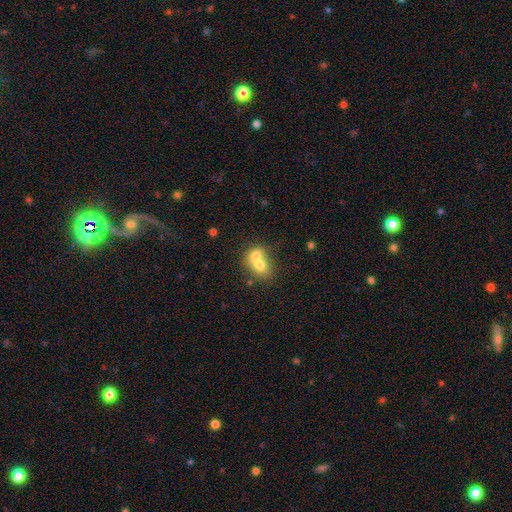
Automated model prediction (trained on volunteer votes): smooth-or-featured: smooth: 66% | featured or disk: 24% | star or artifact: 10%
  how-rounded: round: 52% | in between: 47% | cigar-shaped: 1%
  merging: merger: 73% | none: 19% | minor disturbance: 5% | major disturbance: 3%